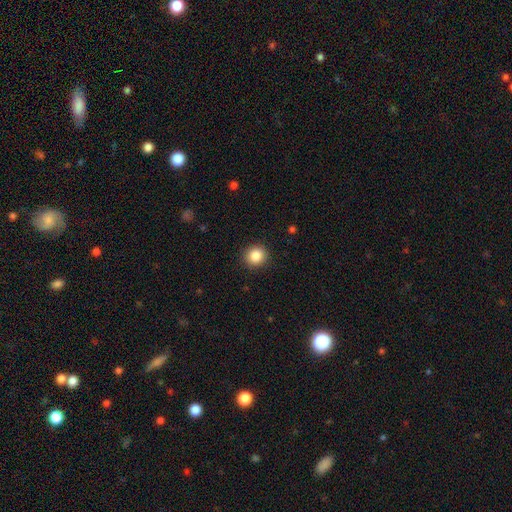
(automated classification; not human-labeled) This appears to be a smooth galaxy with no disk features (86%) that is round (91%). Merging: none (91%).